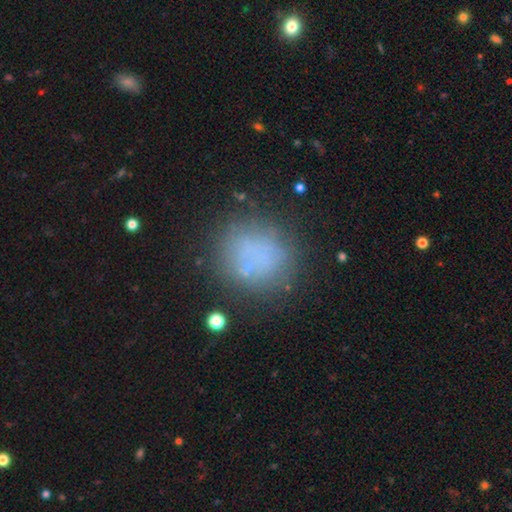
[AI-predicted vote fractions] Q: Smooth or featured?
A: smooth (57%); runner-up: featured or disk (25%)
Q: How rounded?
A: round (84%); runner-up: in between (15%)
Q: Merging?
A: none (67%); runner-up: minor disturbance (16%)